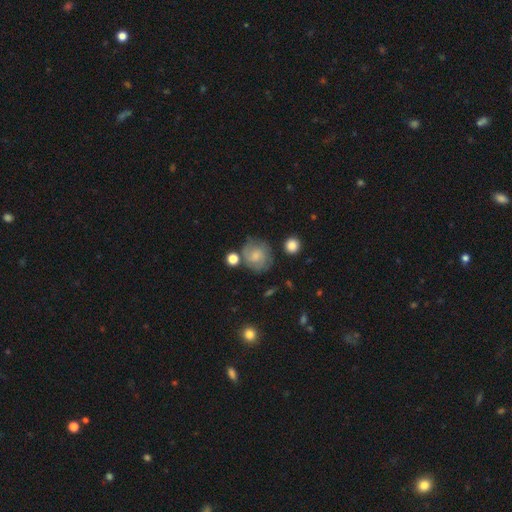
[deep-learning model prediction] This is possibly a smooth galaxy (50%). How rounded: likely round (75%). Merging: likely none (61%).